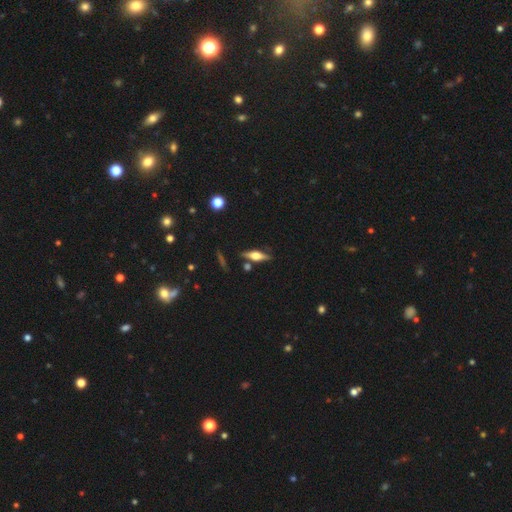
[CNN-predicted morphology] featured or disk 64%, smooth 29%, star or artifact 7%. Down the decision tree: edge-on disk — yes (95%); edge-on bulge — rounded (88%); merging — none (79%).